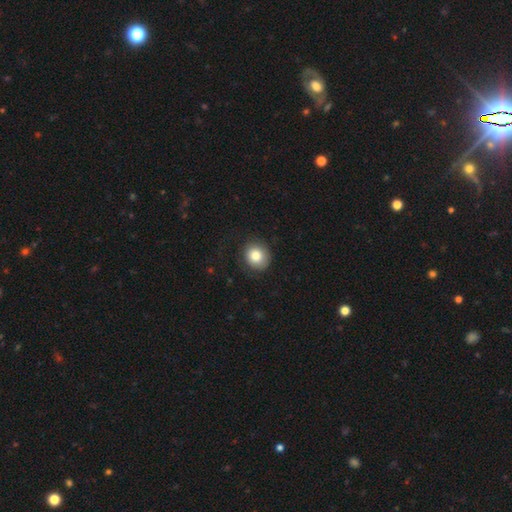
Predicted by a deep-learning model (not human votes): This is clearly a smooth galaxy (81%). How rounded: clearly round (83%). Merging: clearly none (83%).